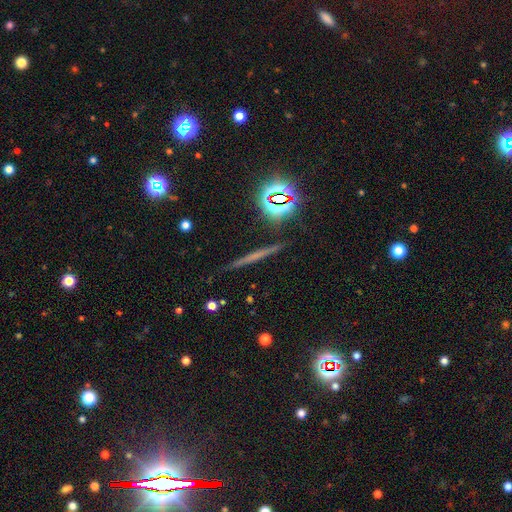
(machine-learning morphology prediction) Q: Smooth or featured?
A: featured or disk (43%); runner-up: smooth (32%)
Q: Merging?
A: none (88%); runner-up: minor disturbance (8%)